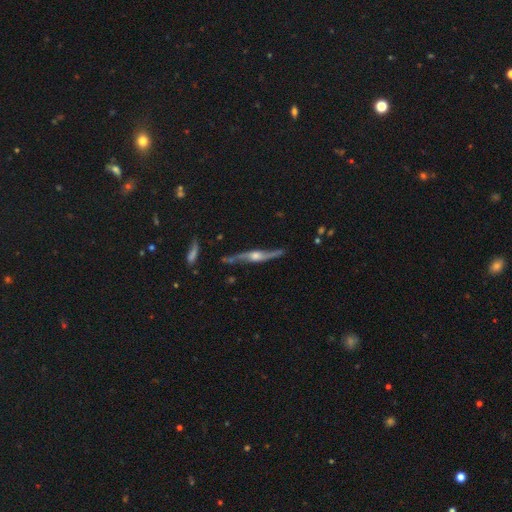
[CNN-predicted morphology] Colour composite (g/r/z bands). It shows a featured or disk galaxy (85%) viewed edge-on (84%) with a rounded central bulge (90%). Merging: none (74%).